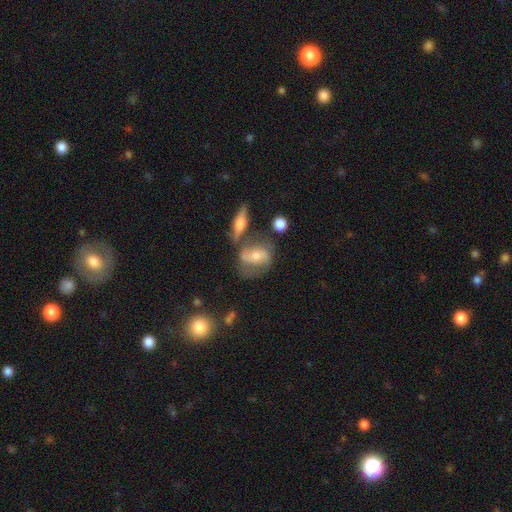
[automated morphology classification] This is possibly a featured or disk galaxy (57%). It is clearly not viewed edge-on (87%). Merging: possibly none (50%).